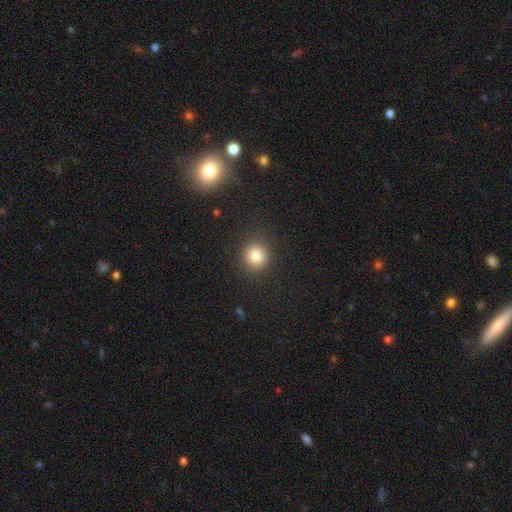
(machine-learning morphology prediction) The model was most divided on "smooth or featured": smooth: 83%, star or artifact: 12%, featured or disk: 6%. More confident: how rounded — round (91%); merging — none (90%).